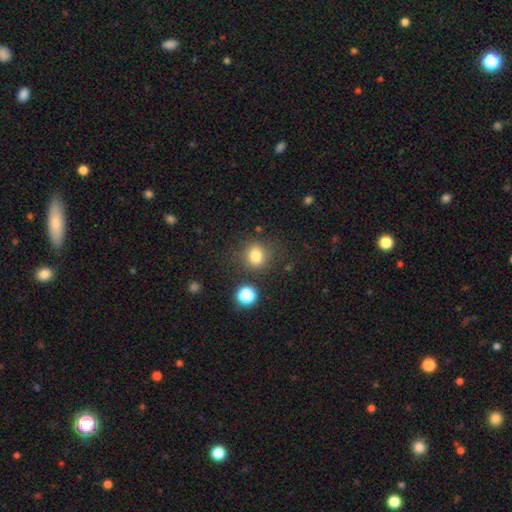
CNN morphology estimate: smooth-or-featured: smooth: 80% | star or artifact: 14% | featured or disk: 7%
  how-rounded: round: 74% | in between: 25% | cigar-shaped: 1%
  merging: none: 79% | minor disturbance: 11% | merger: 5% | major disturbance: 5%